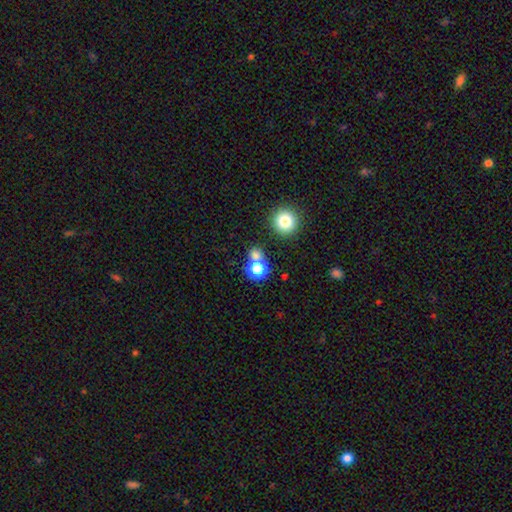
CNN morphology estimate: Smooth or featured? Predicted: smooth (p=0.71). How rounded? Predicted: round (p=0.83). Merging? Predicted: none (p=0.60).